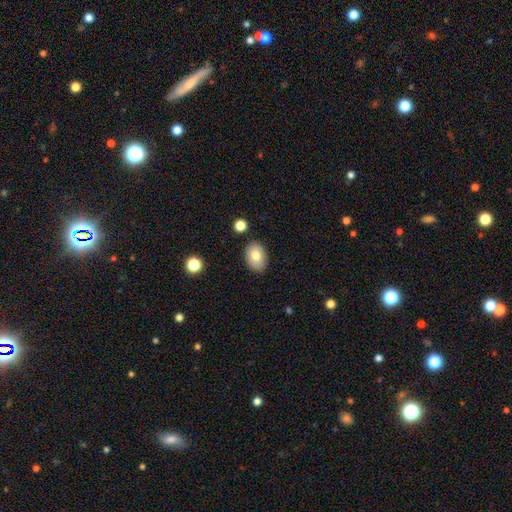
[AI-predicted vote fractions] A smooth galaxy with no disk features (78%) that is in between round and cigar-shaped (82%). Merging: none (85%).